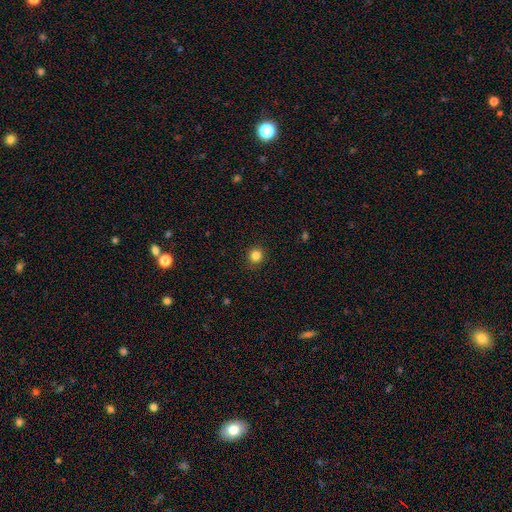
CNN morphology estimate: smooth_or_featured: smooth (p=0.84) [alt: star or artifact p=0.12]
how_rounded: round (p=0.93) [alt: in between p=0.06]
merging: none (p=0.91) [alt: minor disturbance p=0.06]